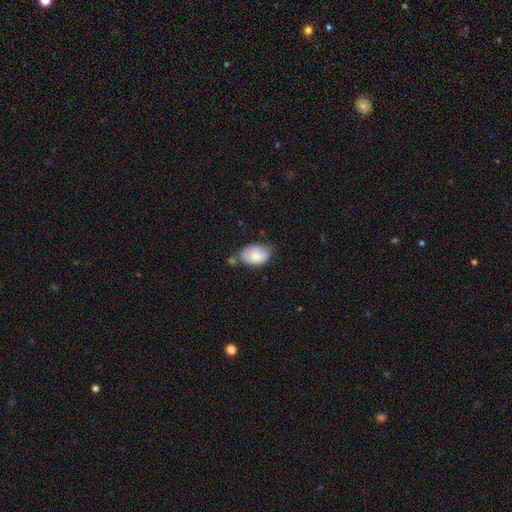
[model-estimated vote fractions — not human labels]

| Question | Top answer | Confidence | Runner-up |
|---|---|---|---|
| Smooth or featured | smooth | 77% | featured or disk (16%) |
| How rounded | in between | 90% | round (9%) |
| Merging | none | 50% | minor disturbance (31%) |